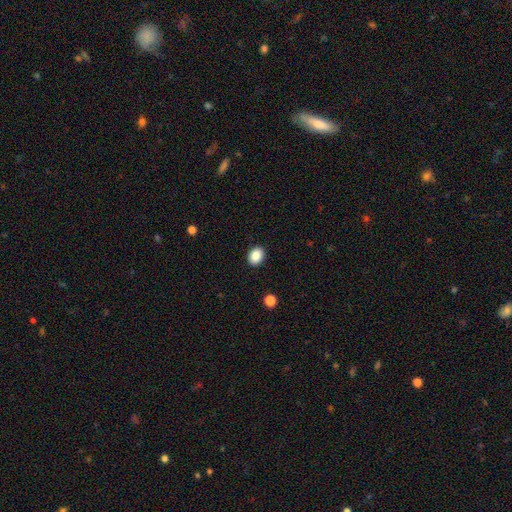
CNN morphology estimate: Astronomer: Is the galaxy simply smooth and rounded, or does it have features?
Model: smooth — 88%.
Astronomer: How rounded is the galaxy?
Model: in between — 55% (runner-up: round, 44%).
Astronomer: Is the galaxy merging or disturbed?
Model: none — 91%.